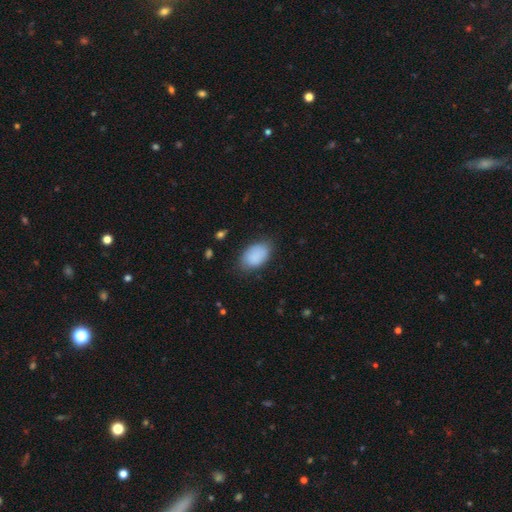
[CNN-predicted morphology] Q: Smooth or featured?
A: smooth (88%); runner-up: star or artifact (6%)
Q: How rounded?
A: in between (91%); runner-up: round (8%)
Q: Merging?
A: none (76%); runner-up: minor disturbance (18%)